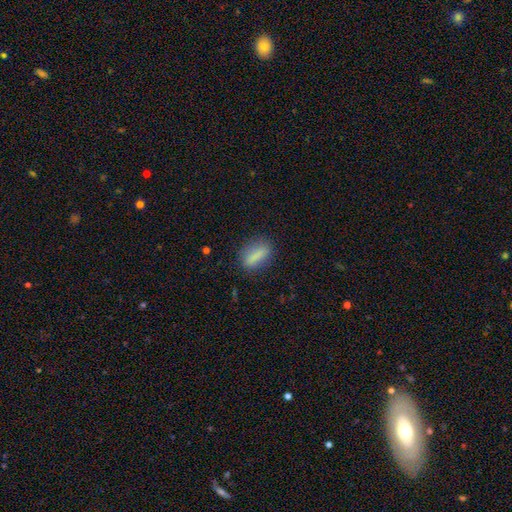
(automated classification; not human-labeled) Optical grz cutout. It shows a smooth galaxy with no disk features (79%) that is in between round and cigar-shaped (64%). Merging: none (80%).